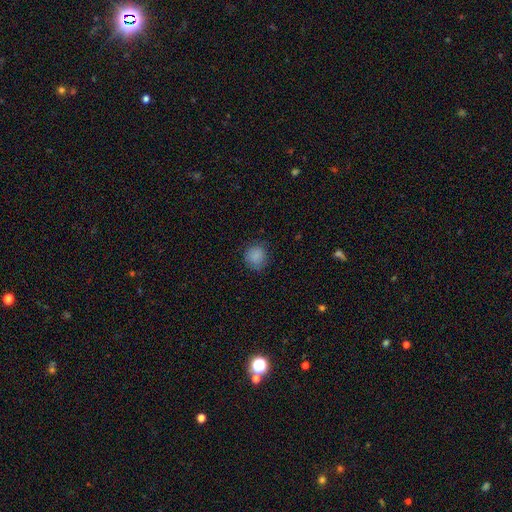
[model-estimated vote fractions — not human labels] Smooth or featured? smooth (86%)
How rounded? round (87%)
Merging? none (82%)